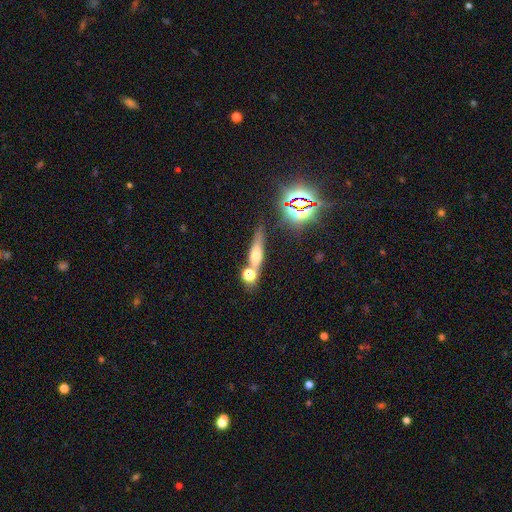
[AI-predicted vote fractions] A smooth galaxy with no disk features (42%). Merging: none (52%).